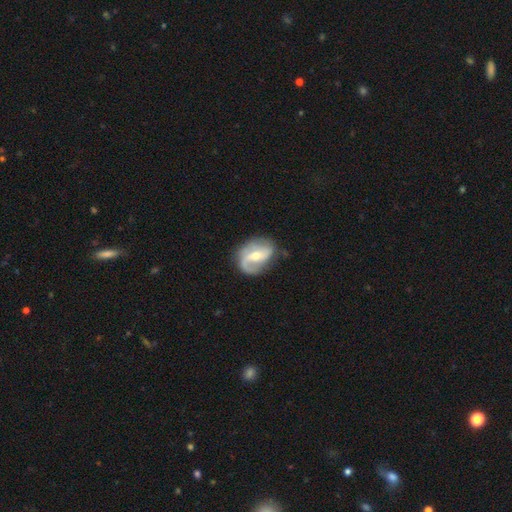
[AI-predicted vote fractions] Morphology: type=featured or disk (80%); edge-on=no (97%); bar=weak (43%); spiral arms=yes (92%); winding=loose (47%); arm count=2 (67%); bulge=moderate (56%); merging=none (63%).